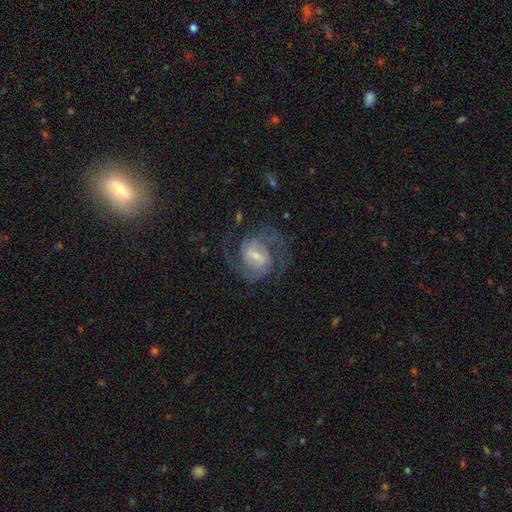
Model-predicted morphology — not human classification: type=featured or disk (90%); edge-on=no (98%); bar=weak (55%); spiral arms=yes (98%); winding=medium (55%); arm count=2 (81%); bulge=small (61%); merging=none (74%).